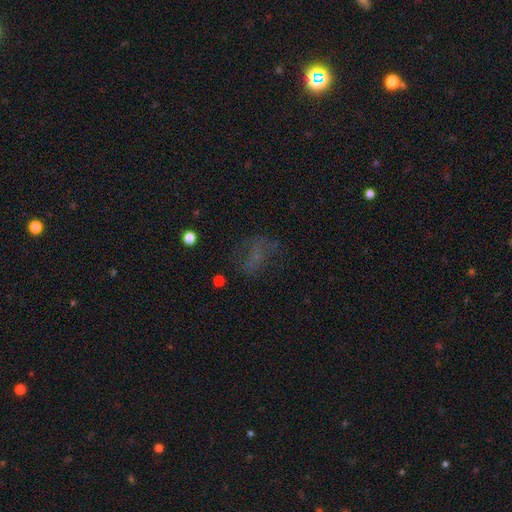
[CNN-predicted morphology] This is marginally a smooth galaxy (41%). Merging: possibly none (50%).